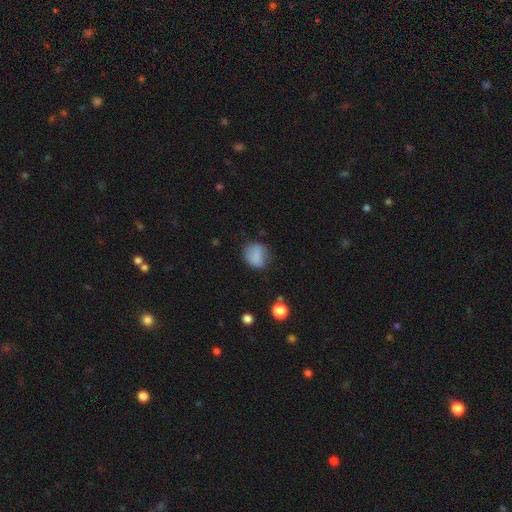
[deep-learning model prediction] Overall: smooth (80%). How rounded: round (61%; in between 38%). Merging: none (64%; minor disturbance 25%).